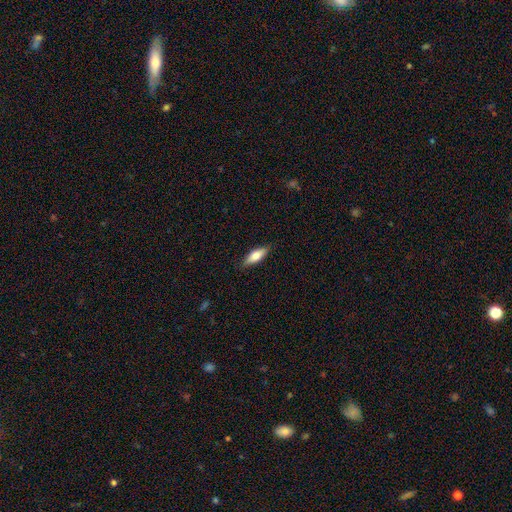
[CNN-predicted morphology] Overall: smooth (67%). How rounded: in between (56%; cigar-shaped 42%). Merging: none (86%).